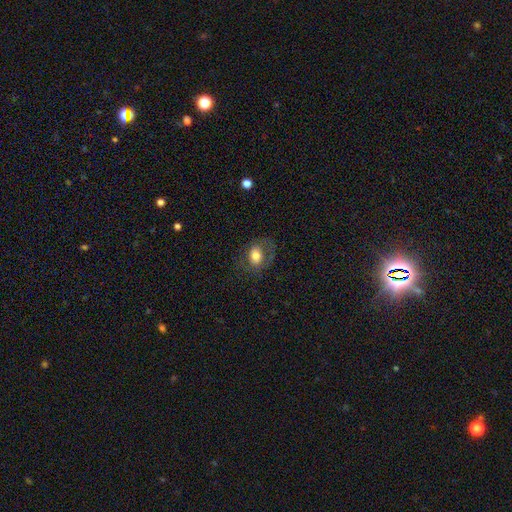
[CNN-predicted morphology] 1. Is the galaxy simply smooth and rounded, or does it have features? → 66% smooth, 25% featured or disk, 9% star or artifact.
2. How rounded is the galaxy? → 64% in between, 35% round, 1% cigar-shaped.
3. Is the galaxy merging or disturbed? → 65% none, 18% minor disturbance, 15% major disturbance, 1% merger.